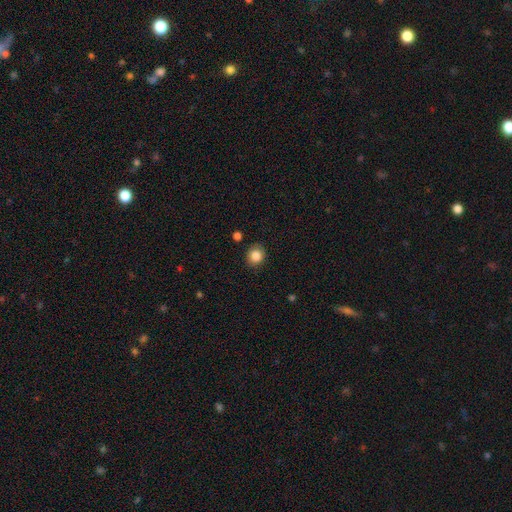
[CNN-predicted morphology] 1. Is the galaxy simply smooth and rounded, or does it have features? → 86% smooth, 10% star or artifact, 4% featured or disk.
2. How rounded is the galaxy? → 82% round, 17% in between, 1% cigar-shaped.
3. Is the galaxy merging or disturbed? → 86% none, 10% minor disturbance, 3% major disturbance, 2% merger.